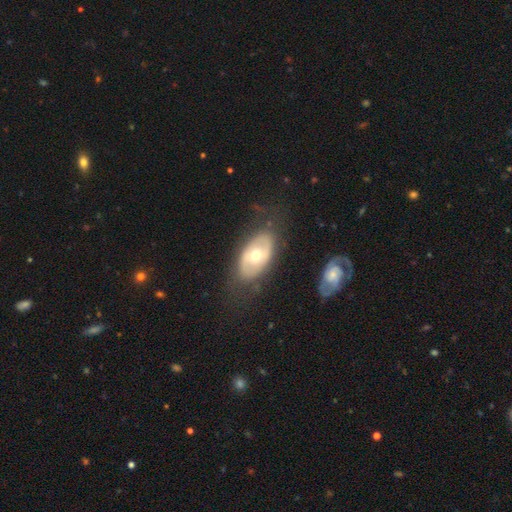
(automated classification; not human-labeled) Morphology: type=featured or disk (55%); edge-on=no (89%); merging=none (74%).